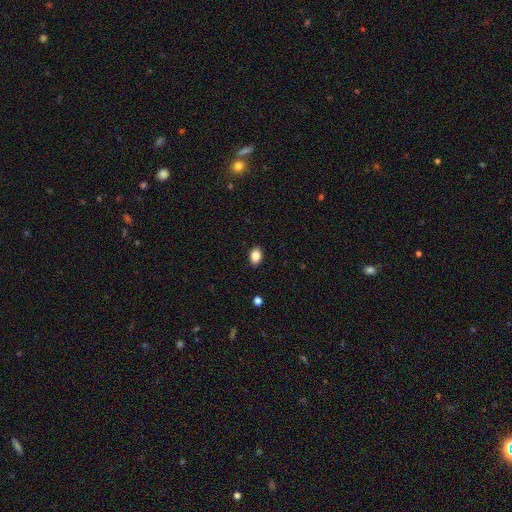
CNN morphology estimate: smooth 86%, star or artifact 9%, featured or disk 5%. Down the decision tree: how rounded — in between (76%); merging — none (89%).